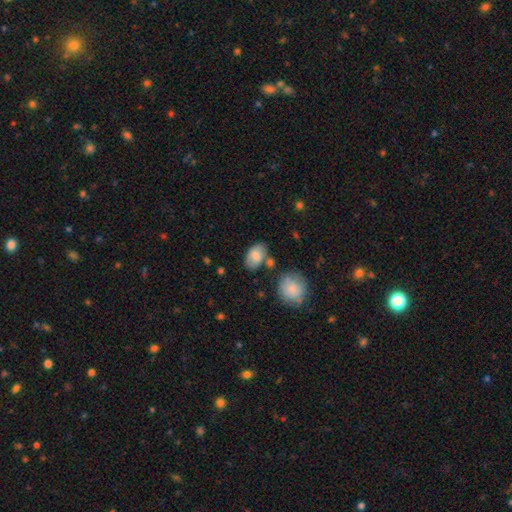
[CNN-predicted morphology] Smooth or featured? Predicted: smooth (p=0.78). How rounded? Predicted: in between (p=0.88). Merging? Predicted: none (p=0.69).